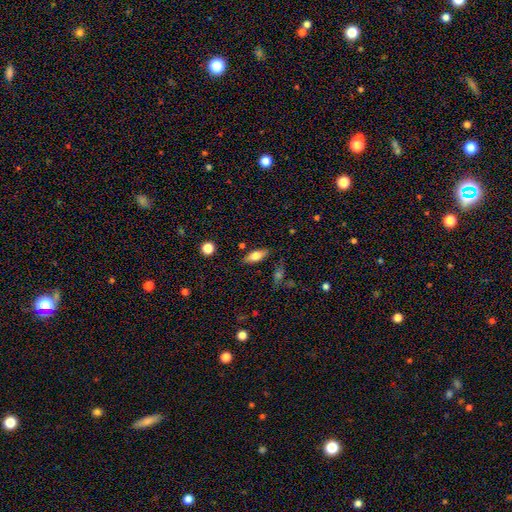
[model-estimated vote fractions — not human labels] The model was most divided on "smooth or featured": smooth: 69%, featured or disk: 24%, star or artifact: 8%. More confident: merging — none (81%); how rounded — in between (76%).